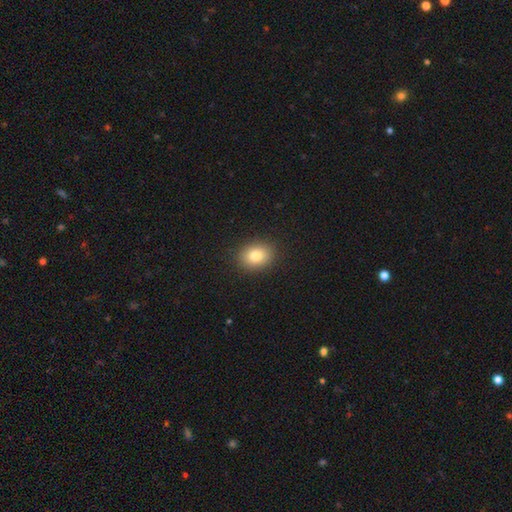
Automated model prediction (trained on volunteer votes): This appears to be a smooth galaxy with no disk features (82%) that is in between round and cigar-shaped (55%). Merging: none (90%).